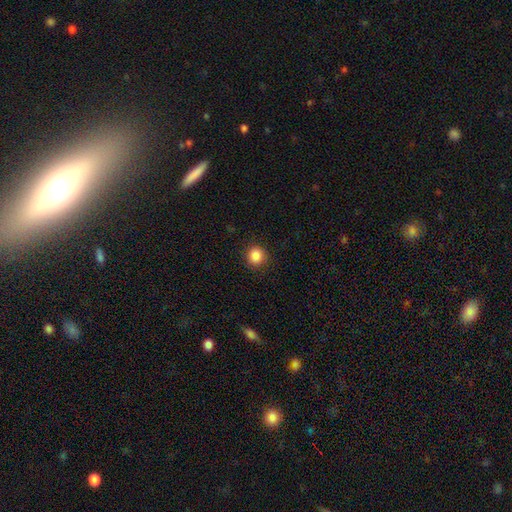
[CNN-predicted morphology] Smooth or featured? smooth (87%)
How rounded? round (85%)
Merging? none (89%)